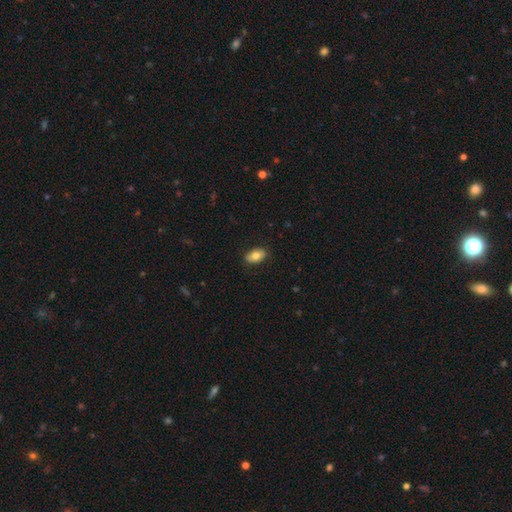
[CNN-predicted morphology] smooth 77%, featured or disk 16%, star or artifact 7%. Down the decision tree: how rounded — in between (92%); merging — none (85%).